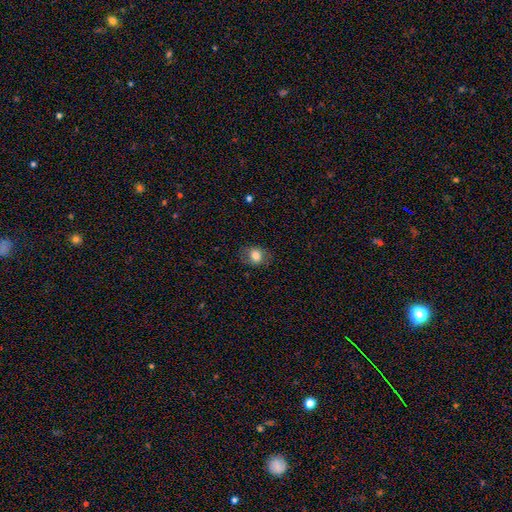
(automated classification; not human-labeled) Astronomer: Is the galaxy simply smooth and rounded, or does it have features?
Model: smooth — 78%.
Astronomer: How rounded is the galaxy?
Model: round — 51% (runner-up: in between, 48%).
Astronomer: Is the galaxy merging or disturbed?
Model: none — 79%.